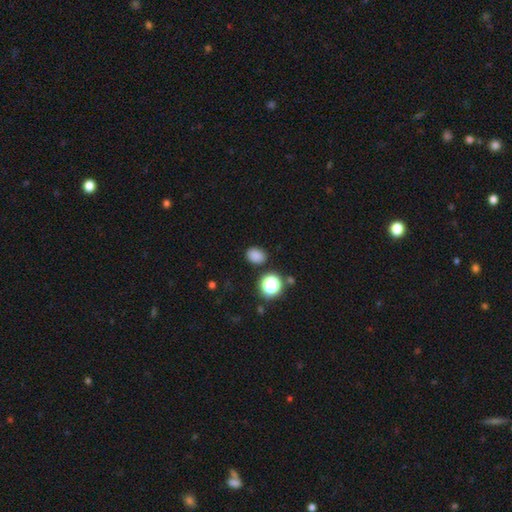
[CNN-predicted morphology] This is likely a smooth galaxy (80%). How rounded: possibly in between (56%). Merging: clearly none (84%).